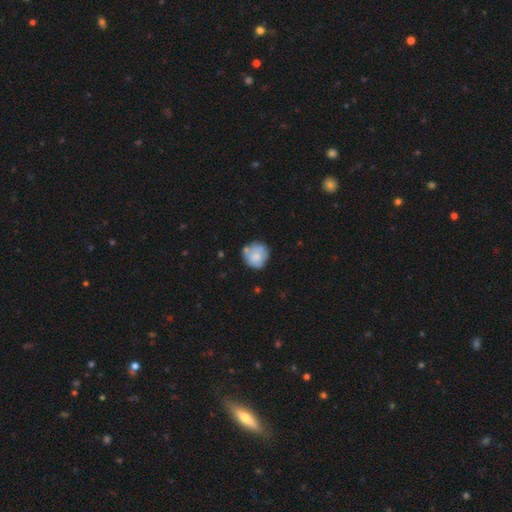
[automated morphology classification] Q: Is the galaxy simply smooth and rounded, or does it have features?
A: smooth — 66%.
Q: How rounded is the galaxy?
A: round — 88%.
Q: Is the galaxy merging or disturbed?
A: none — 64%.